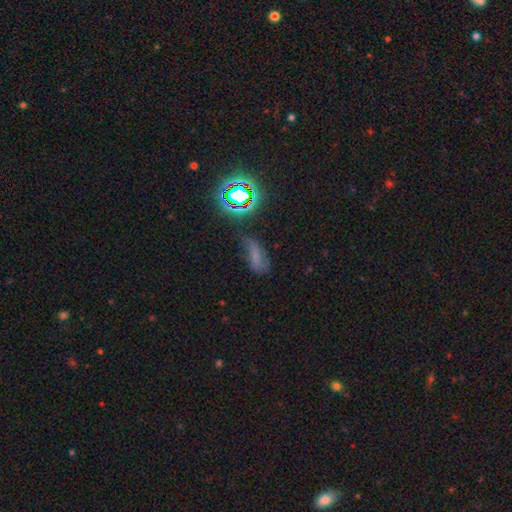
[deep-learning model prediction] Smooth or featured? smooth (43%)
Merging? none (44%)